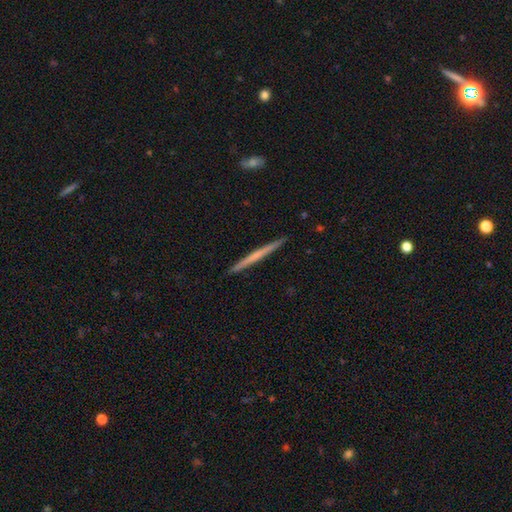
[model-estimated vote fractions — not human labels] A featured or disk galaxy (53%) viewed edge-on (98%) with no central bulge (82%). Merging: none (93%).